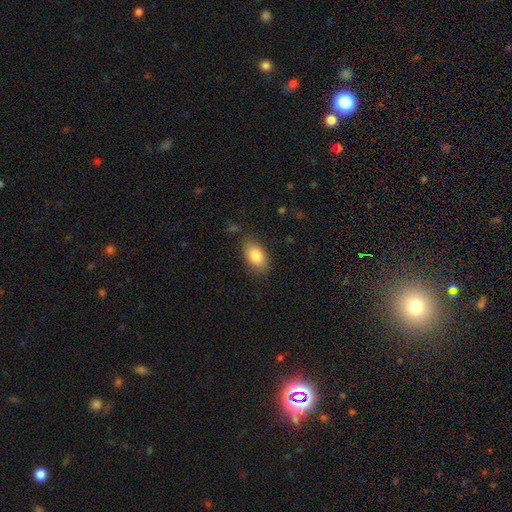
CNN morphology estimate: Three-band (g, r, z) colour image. It shows a smooth galaxy with no disk features (85%) that is in between round and cigar-shaped (89%). Merging: none (80%).